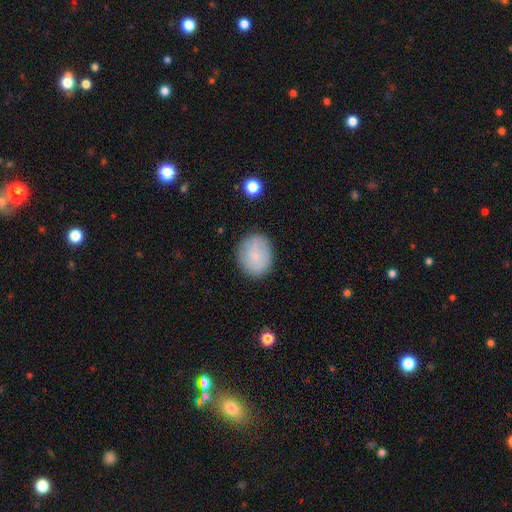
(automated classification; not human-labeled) Smooth or featured? Predicted: smooth (p=0.75). How rounded? Predicted: round (p=0.63). Merging? Predicted: none (p=0.82).